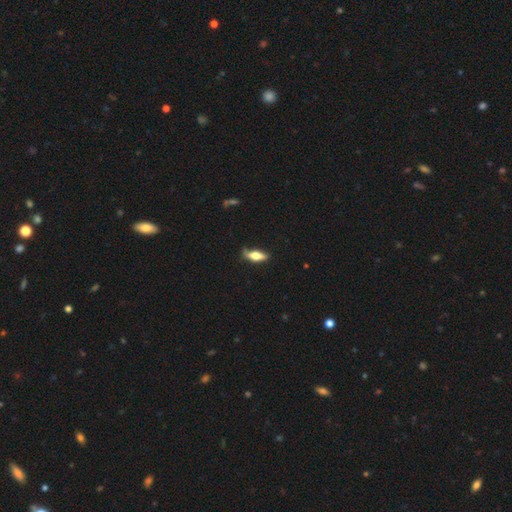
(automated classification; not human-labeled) A smooth galaxy with no disk features (63%) that is in between round and cigar-shaped (66%). Merging: none (65%).